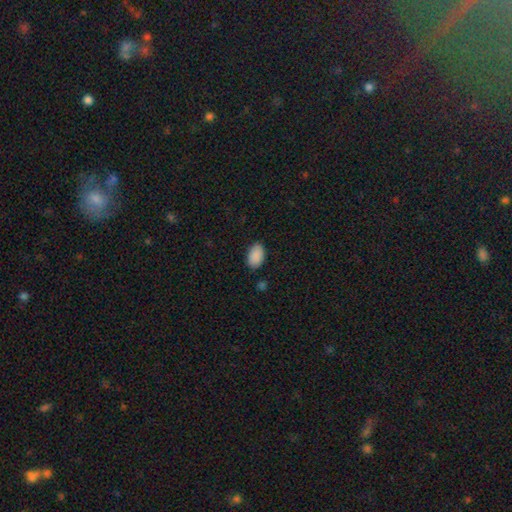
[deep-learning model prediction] smooth-or-featured: smooth: 90% | star or artifact: 7% | featured or disk: 3%
  how-rounded: in between: 92% | round: 7% | cigar-shaped: 1%
  merging: none: 85% | minor disturbance: 12% | major disturbance: 2% | merger: 1%